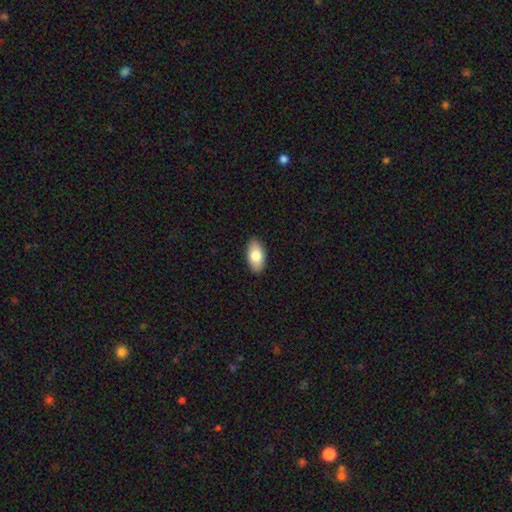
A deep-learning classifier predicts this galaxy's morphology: This is clearly a smooth galaxy (80%). How rounded: clearly in between (93%). Merging: clearly none (90%).